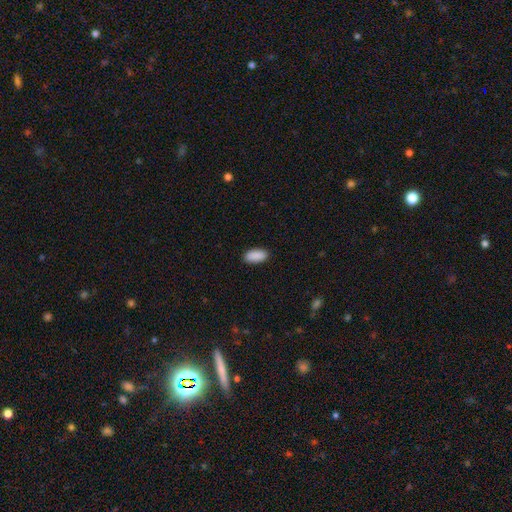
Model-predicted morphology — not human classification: A smooth galaxy with no disk features (91%) that is in between round and cigar-shaped (92%). Merging: none (89%).